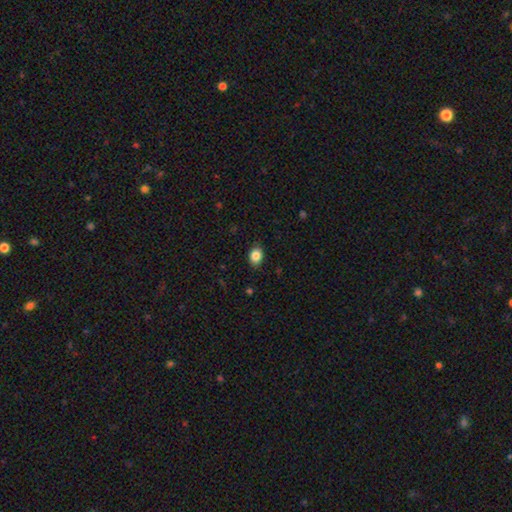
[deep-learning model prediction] A smooth galaxy with no disk features (86%) that is in between round and cigar-shaped (67%).

Vote fractions:
- Smooth or featured? smooth: 86% / star or artifact: 9% / featured or disk: 5%
- How rounded? in between: 67% / round: 32% / cigar-shaped: 1%
- Merging? none: 87% / minor disturbance: 10% / major disturbance: 2% / merger: 1%